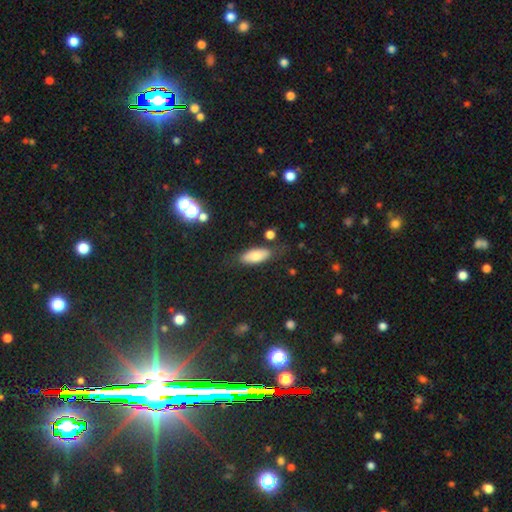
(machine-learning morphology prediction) Smooth or featured?
  - smooth: 76% *
  - featured or disk: 16%
  - star or artifact: 8%
How rounded?
  - in between: 80% *
  - cigar-shaped: 17%
  - round: 3%
Merging?
  - none: 75% *
  - minor disturbance: 17%
  - major disturbance: 5%
  - merger: 3%